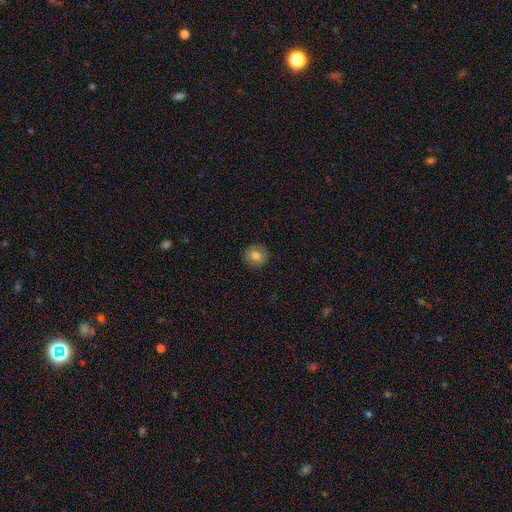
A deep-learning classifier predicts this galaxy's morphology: Smooth or featured? Predicted: smooth (p=0.79). How rounded? Predicted: round (p=0.94). Merging? Predicted: none (p=0.91).